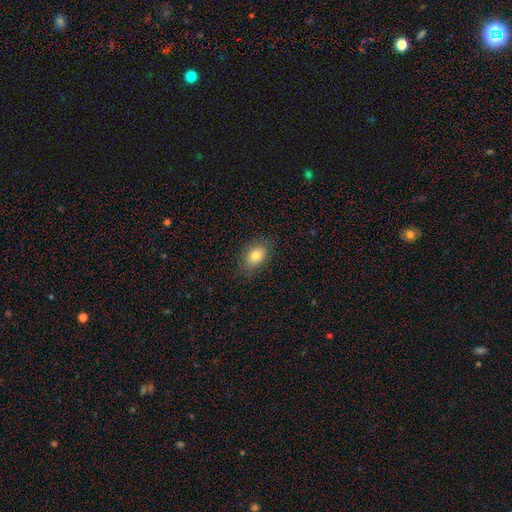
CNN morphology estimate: Q: Smooth or featured?
A: smooth (79%); runner-up: featured or disk (11%)
Q: How rounded?
A: in between (76%); runner-up: round (22%)
Q: Merging?
A: none (81%); runner-up: minor disturbance (14%)